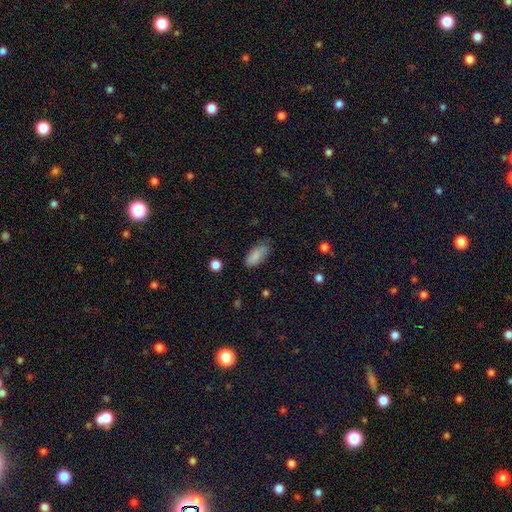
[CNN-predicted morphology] smooth 86%, star or artifact 8%, featured or disk 6%. Down the decision tree: how rounded — in between (86%); merging — none (64%).